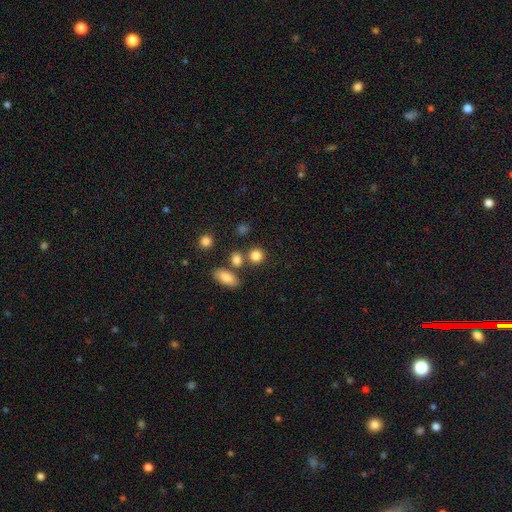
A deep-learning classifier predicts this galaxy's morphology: smooth_or_featured: smooth (p=0.83) [alt: star or artifact p=0.11]
how_rounded: round (p=0.84) [alt: in between p=0.14]
merging: none (p=0.73) [alt: merger p=0.14]